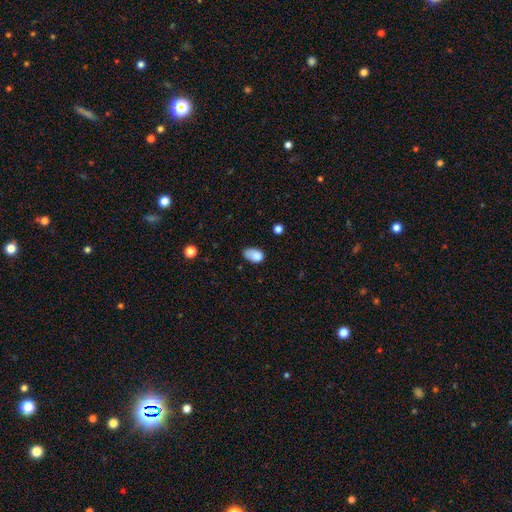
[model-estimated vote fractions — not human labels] The model was most divided on "merging": none: 47%, minor disturbance: 36%, major disturbance: 13%, merger: 5%. More confident: how rounded — in between (88%); smooth or featured — smooth (81%).